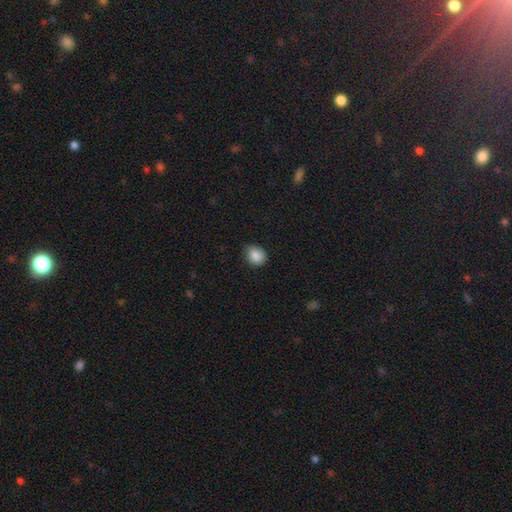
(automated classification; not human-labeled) Smooth or featured? Predicted: smooth (p=0.86). How rounded? Predicted: round (p=0.54). Merging? Predicted: none (p=0.68).